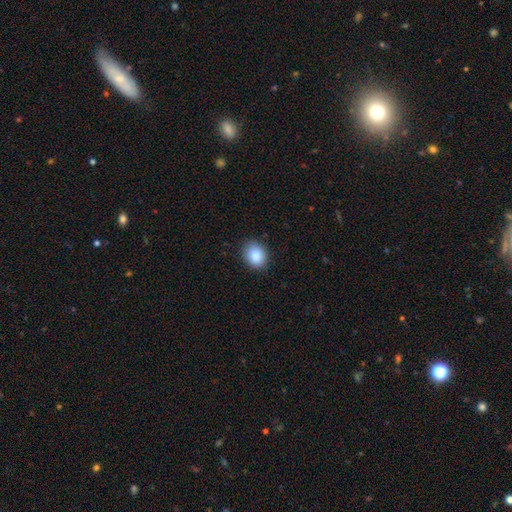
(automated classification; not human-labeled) Morphology: type=smooth (88%); roundness=round (50%); merging=none (86%).